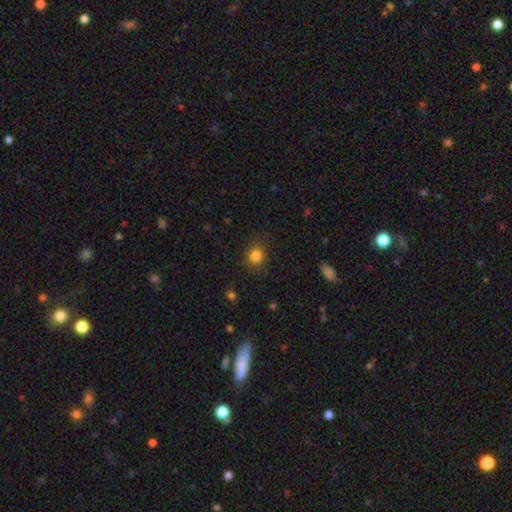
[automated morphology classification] A smooth galaxy with no disk features (84%) that is round (74%).

Vote fractions:
- Smooth or featured? smooth: 84% / star or artifact: 12% / featured or disk: 5%
- How rounded? round: 74% / in between: 25% / cigar-shaped: 1%
- Merging? none: 83% / minor disturbance: 12% / major disturbance: 4% / merger: 1%